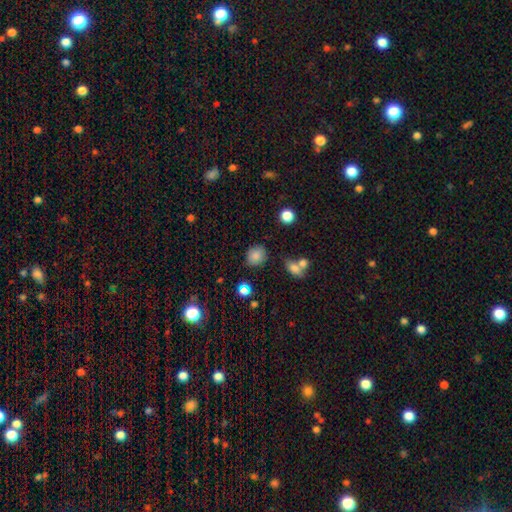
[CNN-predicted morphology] smooth-or-featured: smooth: 83% | star or artifact: 11% | featured or disk: 6%
  how-rounded: round: 69% | in between: 30% | cigar-shaped: 1%
  merging: none: 76% | minor disturbance: 14% | merger: 6% | major disturbance: 4%